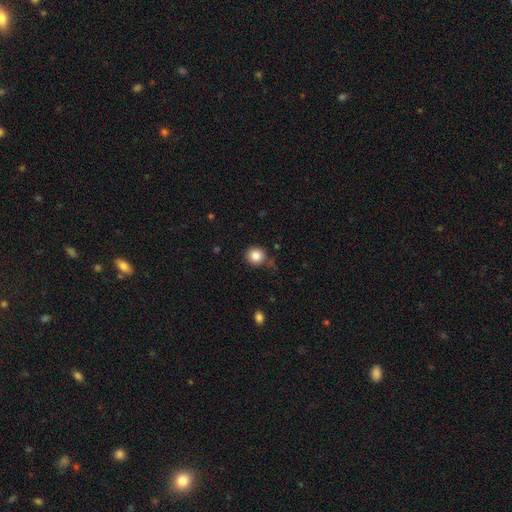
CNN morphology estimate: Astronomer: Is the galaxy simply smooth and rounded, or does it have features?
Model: smooth — 84%.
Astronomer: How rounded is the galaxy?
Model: round — 92%.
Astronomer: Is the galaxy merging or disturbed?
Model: none — 82%.